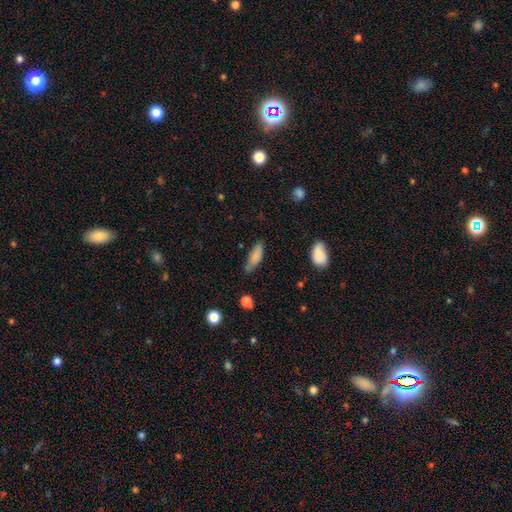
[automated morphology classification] smooth_or_featured: smooth (p=0.81) [alt: featured or disk p=0.12]
how_rounded: in between (p=0.57) [alt: cigar-shaped p=0.40]
merging: none (p=0.61) [alt: minor disturbance p=0.28]